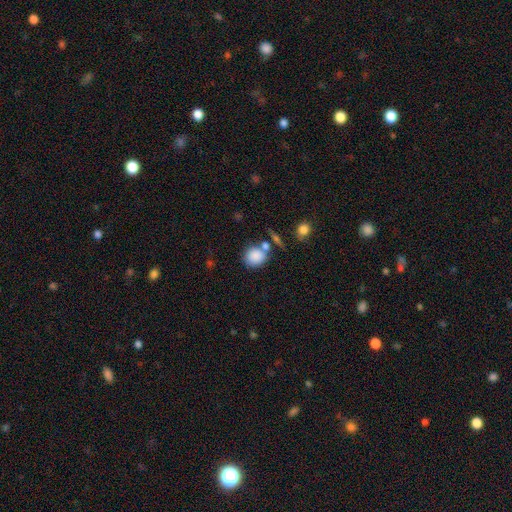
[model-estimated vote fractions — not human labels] Morphology: type=smooth (85%); roundness=round (75%); merging=none (61%).